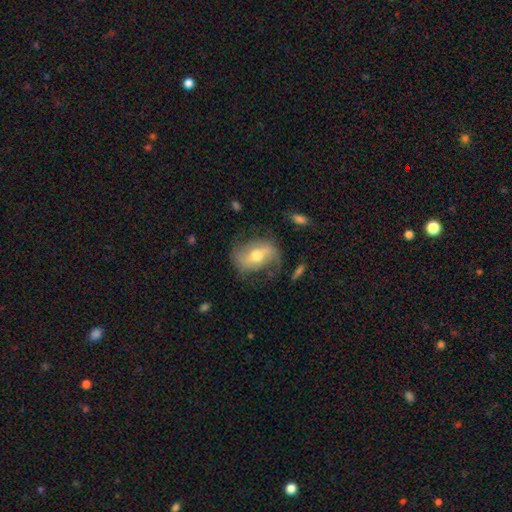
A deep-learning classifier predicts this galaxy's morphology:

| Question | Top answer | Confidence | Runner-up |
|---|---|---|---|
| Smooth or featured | featured or disk | 66% | smooth (26%) |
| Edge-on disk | no | 94% | yes (6%) |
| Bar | weak | 41% | strong (30%) |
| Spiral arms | yes | 82% | no (18%) |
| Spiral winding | loose | 46% | medium (37%) |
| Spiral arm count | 2 | 81% | can't tell (9%) |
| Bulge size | moderate | 72% | small (16%) |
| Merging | none | 64% | minor disturbance (21%) |